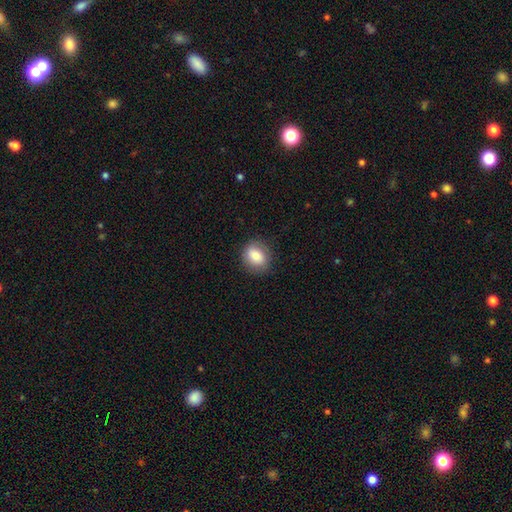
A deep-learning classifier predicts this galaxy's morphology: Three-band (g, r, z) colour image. It shows a smooth galaxy with no disk features (78%) that is round (56%). Merging: none (83%).